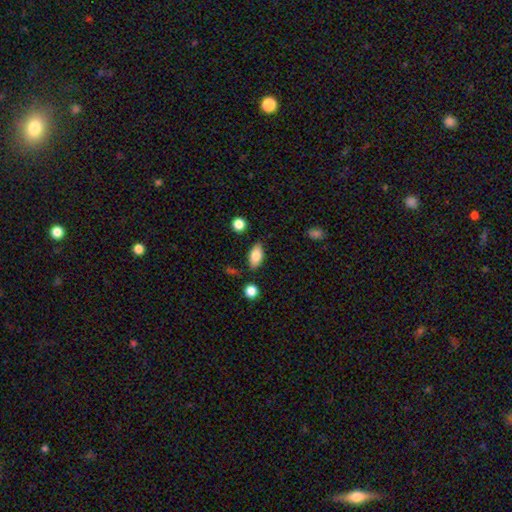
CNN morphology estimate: Smooth or featured? smooth (81%)
How rounded? in between (90%)
Merging? none (82%)